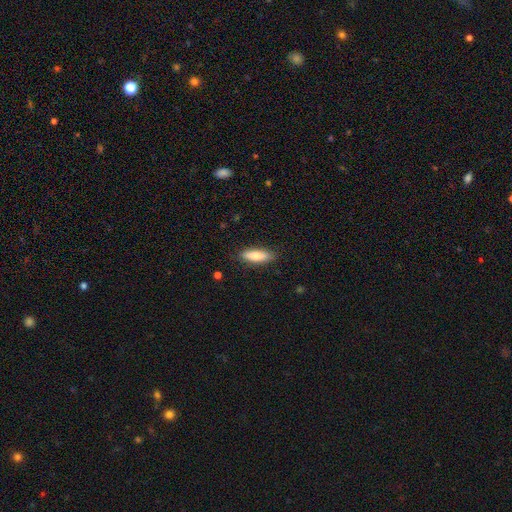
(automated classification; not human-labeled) This is likely a smooth galaxy (77%). How rounded: possibly in between (53%). Merging: clearly none (87%).